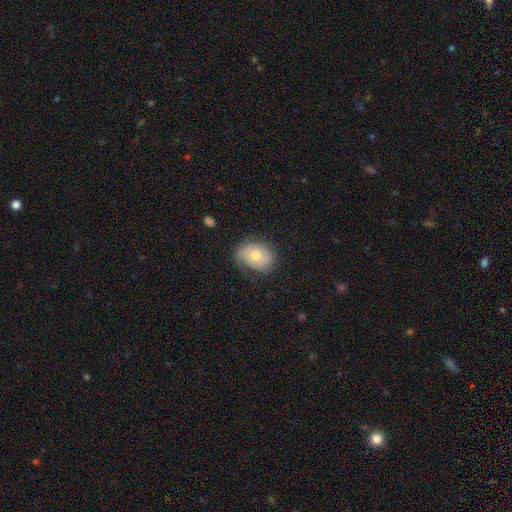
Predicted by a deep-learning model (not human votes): Smooth or featured? smooth (55%)
How rounded? in between (64%)
Merging? none (65%)